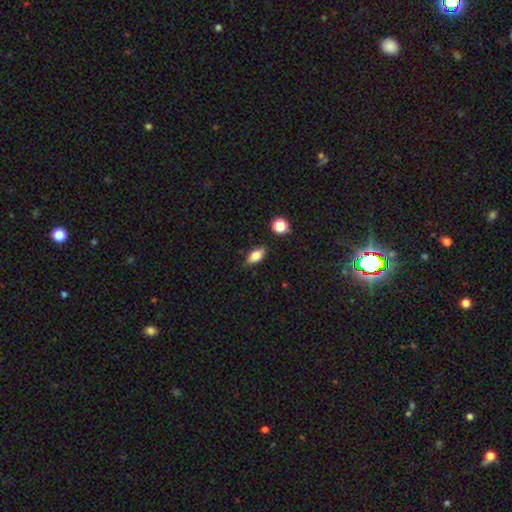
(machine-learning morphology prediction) type=smooth (77%); roundness=in between (84%); merging=none (80%).